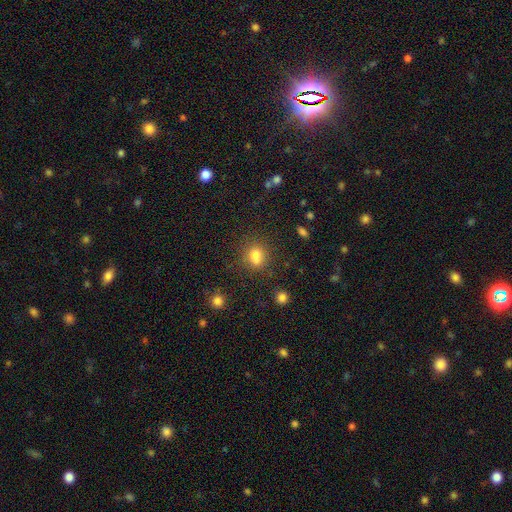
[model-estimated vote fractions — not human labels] Smooth or featured? smooth (76%)
How rounded? round (59%)
Merging? none (56%)